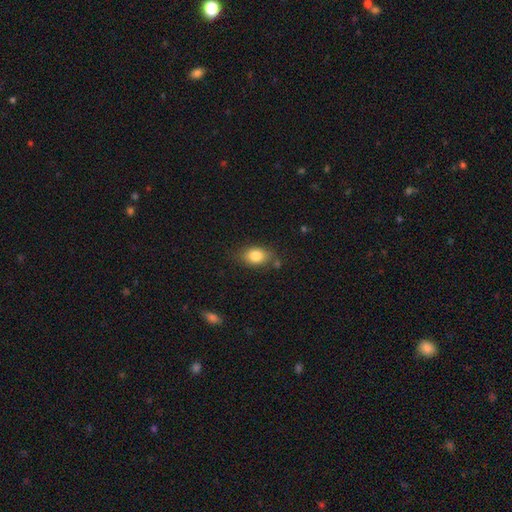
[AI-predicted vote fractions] smooth-or-featured: smooth: 83% | featured or disk: 9% | star or artifact: 8%
  how-rounded: in between: 79% | round: 19% | cigar-shaped: 2%
  merging: none: 74% | minor disturbance: 18% | major disturbance: 4% | merger: 4%